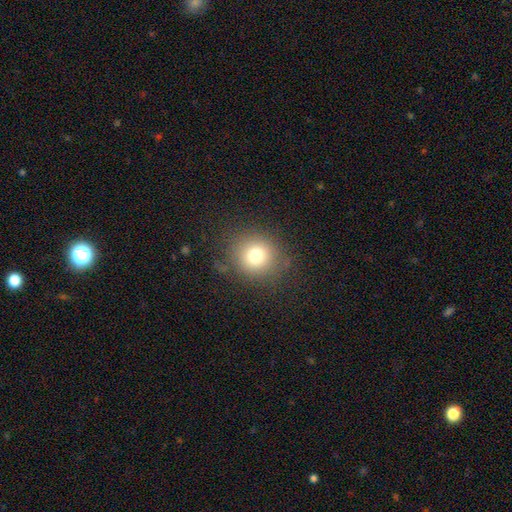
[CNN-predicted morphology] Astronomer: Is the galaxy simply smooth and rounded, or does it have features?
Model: smooth — 75%.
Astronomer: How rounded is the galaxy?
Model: round — 90%.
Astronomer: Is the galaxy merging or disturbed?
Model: none — 83%.